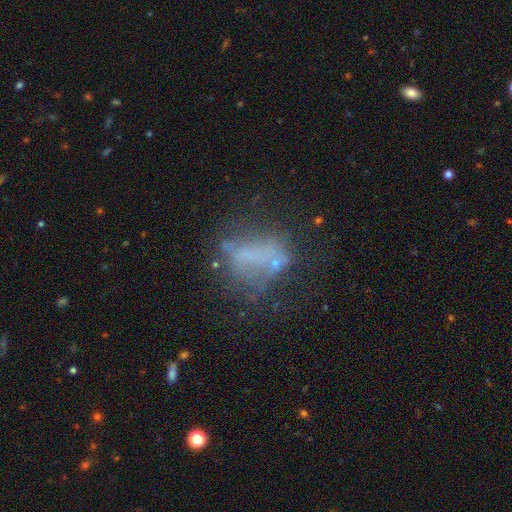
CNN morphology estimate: Smooth or featured: featured or disk — 43% (smooth — 36%)
Merging: none — 43% (major disturbance — 25%)